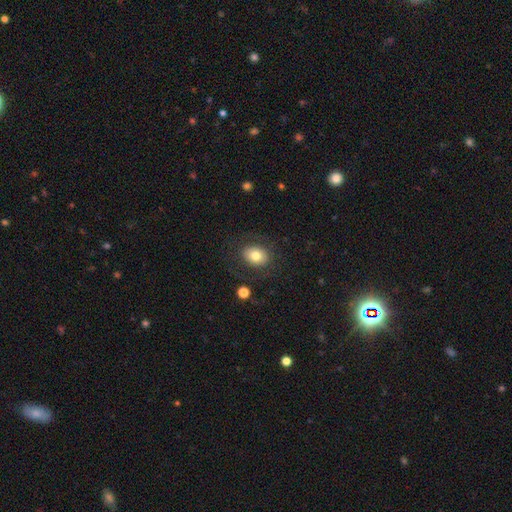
This is clearly a smooth galaxy (84%). How rounded: possibly in between (59%). Merging: clearly none (84%).